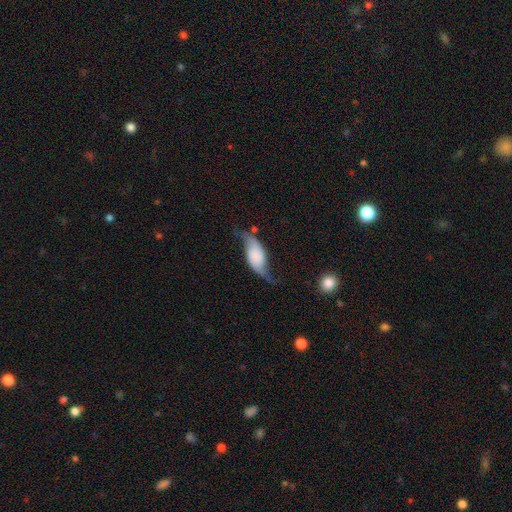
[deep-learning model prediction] Q: Smooth or featured?
A: featured or disk (59%); runner-up: smooth (33%)
Q: Edge-on disk?
A: no (89%); runner-up: yes (11%)
Q: Bar?
A: no (71%); runner-up: weak (21%)
Q: Spiral arms?
A: yes (91%); runner-up: no (9%)
Q: Bulge size?
A: none (39%); runner-up: dominant (20%)
Q: Merging?
A: none (50%); runner-up: minor disturbance (29%)